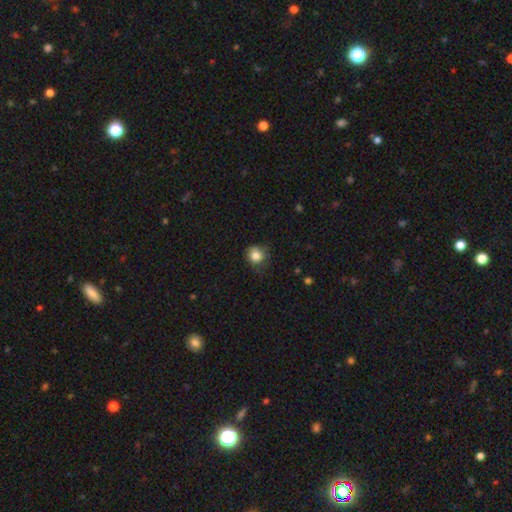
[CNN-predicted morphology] The model was most divided on "merging": none: 66%, minor disturbance: 25%, major disturbance: 8%, merger: 1%. More confident: how rounded — round (83%); smooth or featured — smooth (83%).